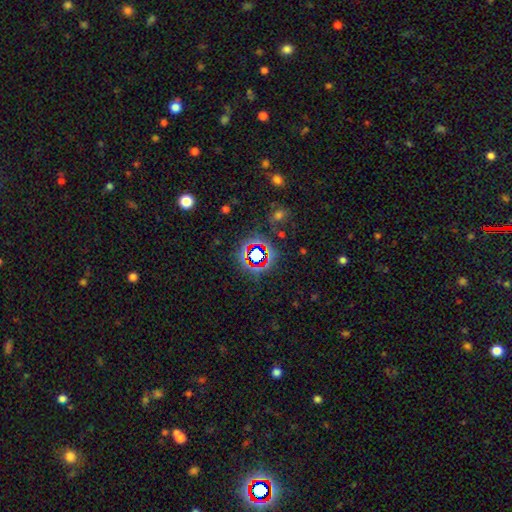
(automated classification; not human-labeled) smooth-or-featured: star or artifact: 71% | smooth: 19% | featured or disk: 10%